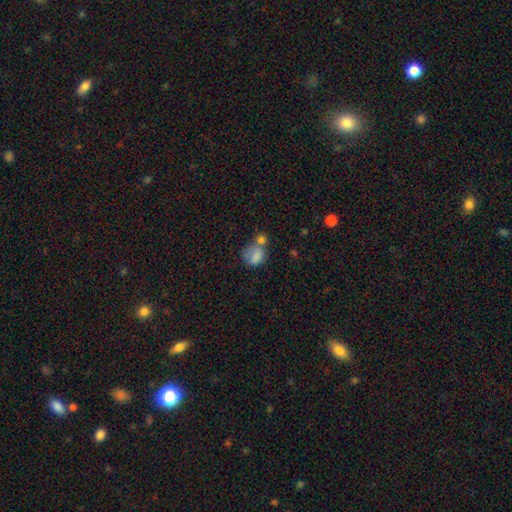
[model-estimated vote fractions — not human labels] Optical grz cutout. It shows a smooth galaxy with no disk features (75%) that is round (49%, tied with in between). Merging: merger (37%).